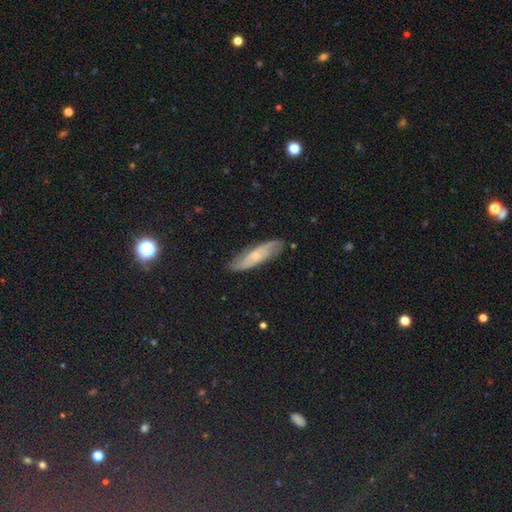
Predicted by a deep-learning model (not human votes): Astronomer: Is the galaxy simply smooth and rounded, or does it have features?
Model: featured or disk — 56% (runner-up: smooth, 34%).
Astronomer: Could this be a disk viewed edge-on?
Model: no — 65%.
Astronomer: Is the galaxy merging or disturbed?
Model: none — 82%.